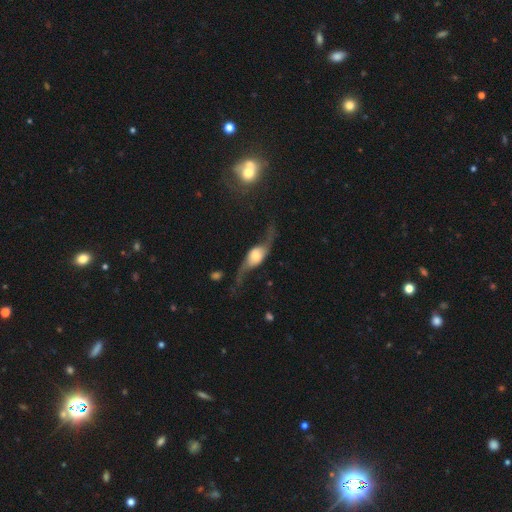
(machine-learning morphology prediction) A featured or disk galaxy (78%) with no bar (60%), 2 (92%) loose (90%) spiral arms (91%) and a moderate central bulge (41%). Merging: none (56%).